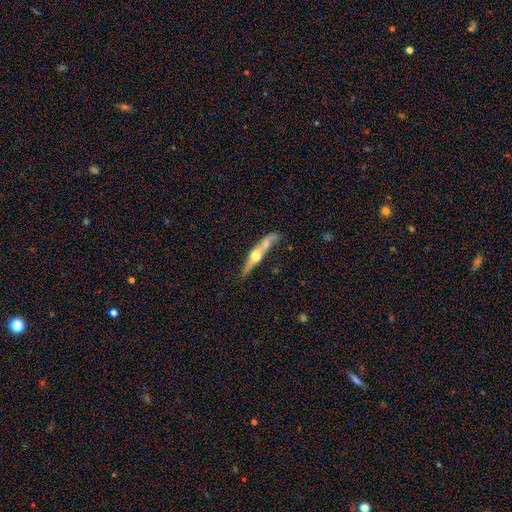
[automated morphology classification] Smooth or featured? featured or disk (62%)
Edge-on disk? yes (89%)
Edge-on bulge? rounded (92%)
Merging? none (46%)